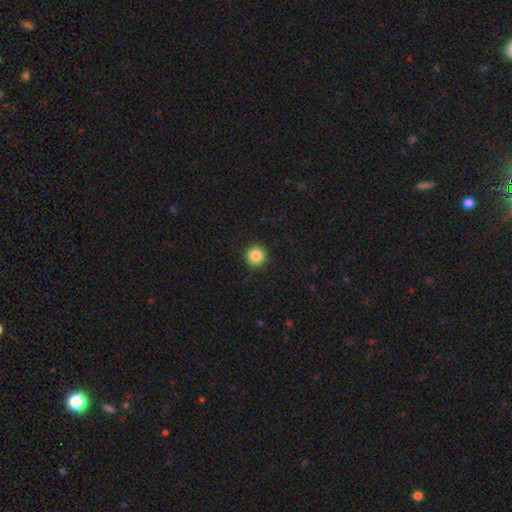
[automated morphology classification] This is clearly a smooth galaxy (86%). How rounded: clearly round (95%). Merging: clearly none (92%).